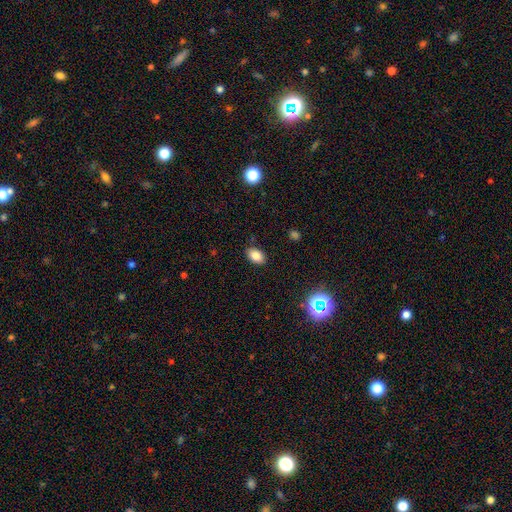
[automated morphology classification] A smooth galaxy with no disk features (83%) that is in between round and cigar-shaped (86%). Merging: none (86%).